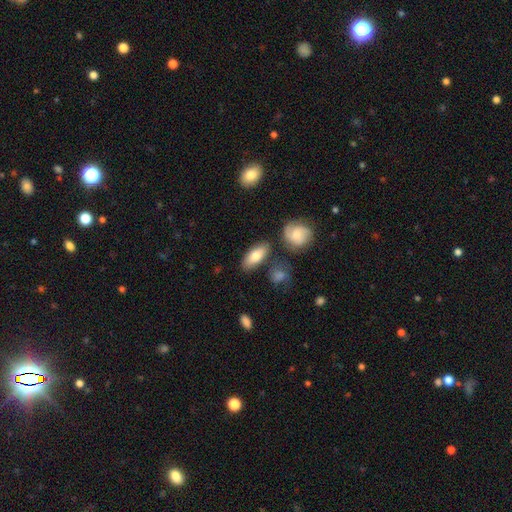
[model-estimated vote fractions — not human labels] This is likely a smooth galaxy (76%). How rounded: clearly in between (83%). Merging: likely none (76%).